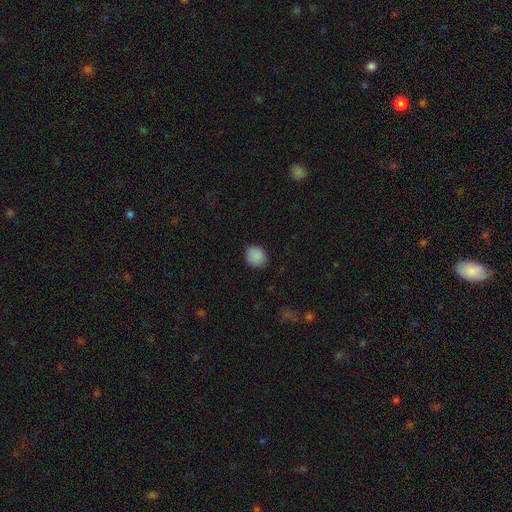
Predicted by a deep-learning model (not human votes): A smooth galaxy with no disk features (88%) that is round (81%). Merging: none (86%).